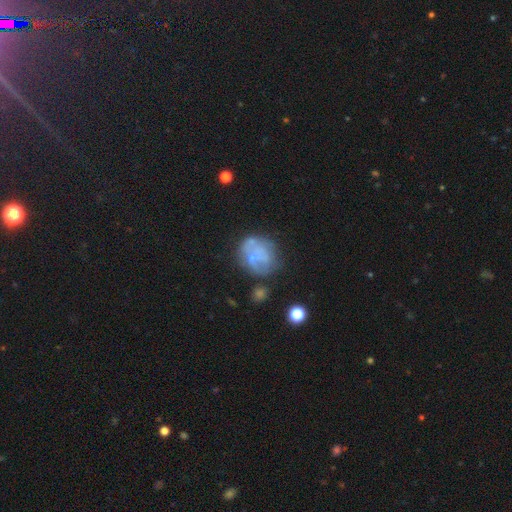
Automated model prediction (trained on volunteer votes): Morphology: type=featured or disk (50%); edge-on=no (98%); merging=none (48%).